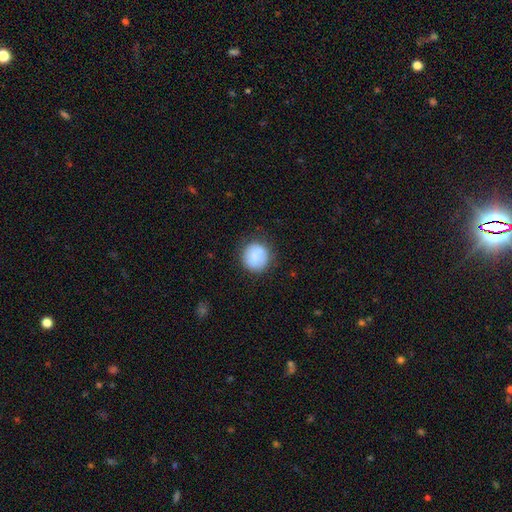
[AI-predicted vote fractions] Smooth or featured? Predicted: smooth (p=0.79). How rounded? Predicted: round (p=0.90). Merging? Predicted: none (p=0.75).